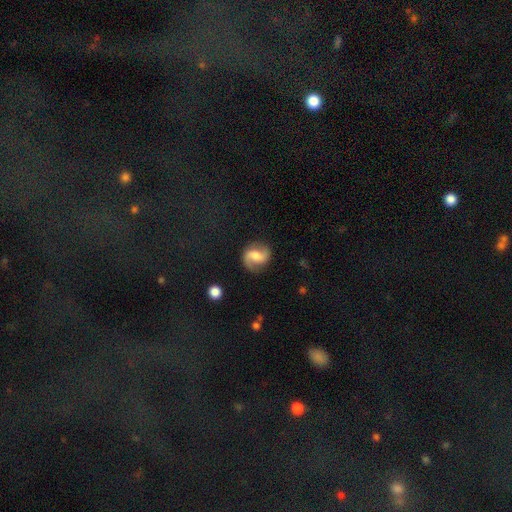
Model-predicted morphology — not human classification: Smooth or featured? featured or disk (72%)
Edge-on disk? no (98%)
Bar? weak (46%)
Spiral arms? yes (94%)
Spiral winding? loose (51%)
Spiral arm count? 2 (92%)
Bulge size? moderate (49%)
Merging? none (81%)